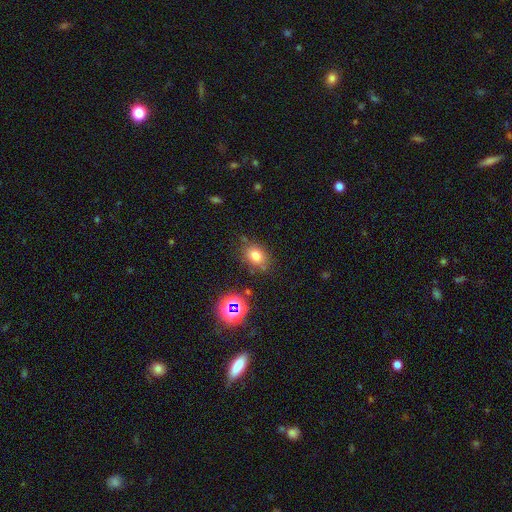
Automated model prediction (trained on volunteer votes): The model was most divided on "how rounded": in between: 61%, round: 38%, cigar-shaped: 1%. More confident: merging — none (77%); smooth or featured — smooth (74%).